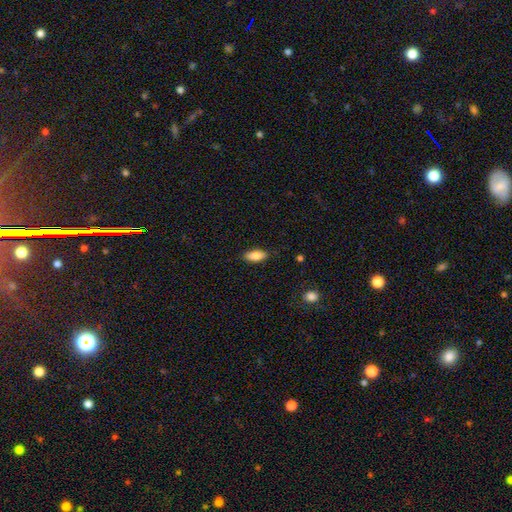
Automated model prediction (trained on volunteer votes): Q: Smooth or featured?
A: smooth (84%); runner-up: featured or disk (9%)
Q: How rounded?
A: in between (84%); runner-up: cigar-shaped (13%)
Q: Merging?
A: none (86%); runner-up: minor disturbance (11%)